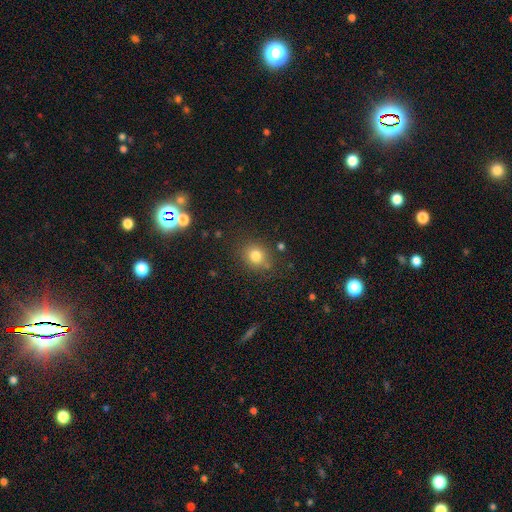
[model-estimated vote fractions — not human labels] smooth-or-featured: smooth: 79% | star or artifact: 13% | featured or disk: 8%
  how-rounded: round: 74% | in between: 26% | cigar-shaped: 1%
  merging: none: 80% | minor disturbance: 12% | major disturbance: 4% | merger: 4%